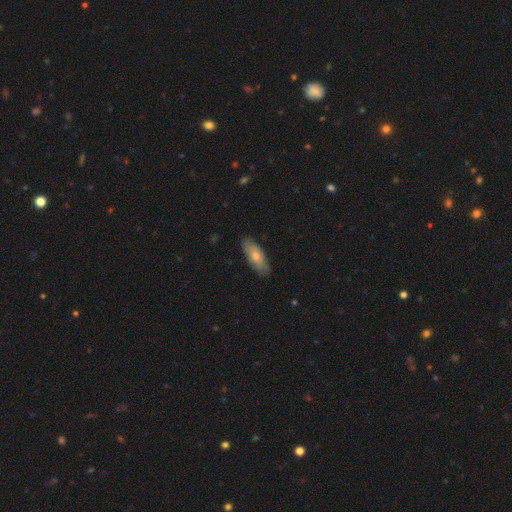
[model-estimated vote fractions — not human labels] Smooth or featured? smooth (65%)
How rounded? in between (76%)
Merging? none (80%)